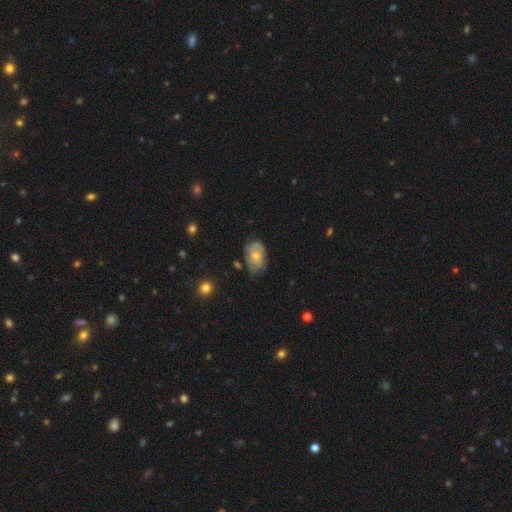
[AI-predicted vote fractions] Morphology: type=featured or disk (59%); edge-on=no (96%); bar=no (76%); spiral arms=yes (78%); bulge=small (51%); merging=none (61%).